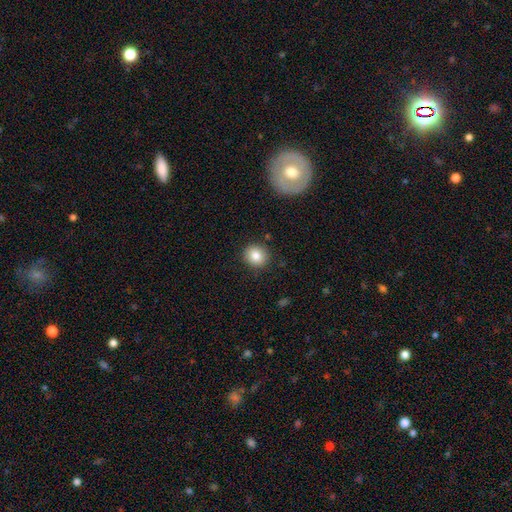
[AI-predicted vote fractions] Morphology: type=smooth (83%); roundness=round (84%); merging=none (89%).